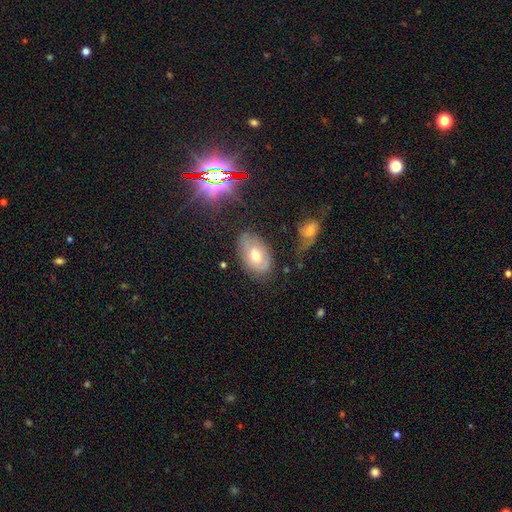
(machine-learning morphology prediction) This appears to be a smooth galaxy with no disk features (46%). Merging: none (63%).